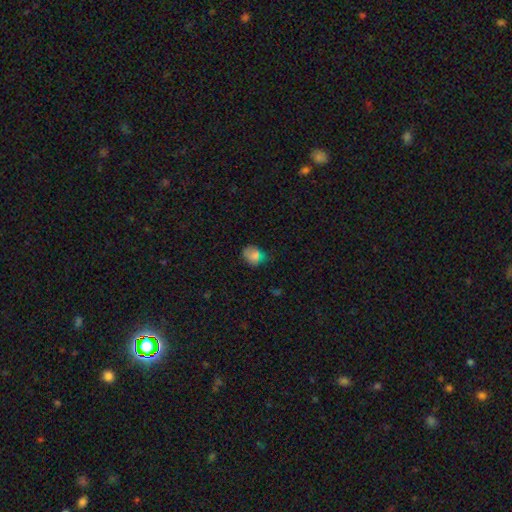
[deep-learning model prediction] Q: Smooth or featured?
A: smooth (72%); runner-up: star or artifact (19%)
Q: How rounded?
A: in between (60%); runner-up: round (39%)
Q: Merging?
A: none (61%); runner-up: minor disturbance (27%)